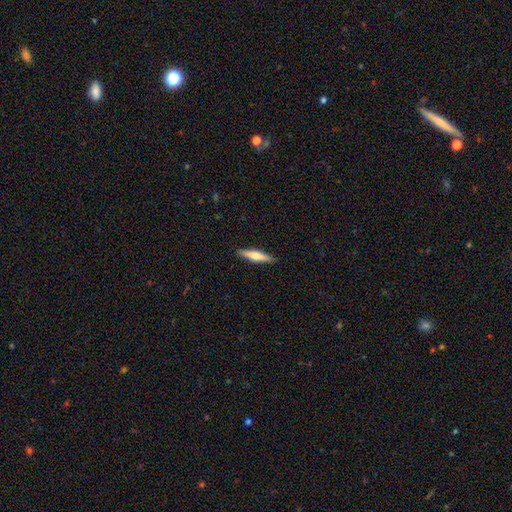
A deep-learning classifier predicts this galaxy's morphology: Q: Smooth or featured?
A: smooth (58%); runner-up: featured or disk (37%)
Q: How rounded?
A: cigar-shaped (85%); runner-up: in between (13%)
Q: Merging?
A: none (91%); runner-up: minor disturbance (7%)